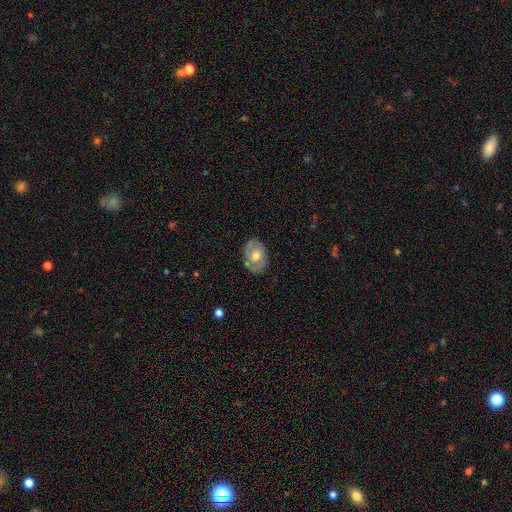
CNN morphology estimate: Smooth or featured?
  - featured or disk: 55% *
  - smooth: 38%
  - star or artifact: 7%
Edge-on disk?
  - no: 94% *
  - yes: 6%
Bar?
  - no: 71% *
  - weak: 24%
  - strong: 5%
Spiral arms?
  - yes: 53% *
  - no: 47%
Bulge size?
  - moderate: 68% *
  - small: 15%
  - large: 14%
  - none: 2%
  - dominant: 1%
Merging?
  - none: 79% *
  - minor disturbance: 16%
  - major disturbance: 4%
  - merger: 1%